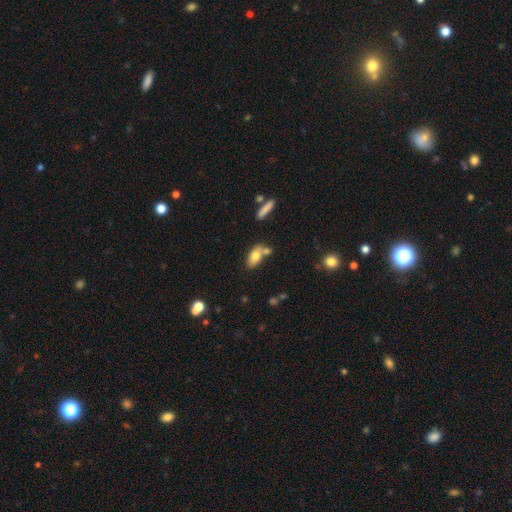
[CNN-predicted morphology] A smooth galaxy with no disk features (75%) that is in between round and cigar-shaped (86%).

Vote fractions:
- Smooth or featured? smooth: 75% / featured or disk: 17% / star or artifact: 8%
- How rounded? in between: 86% / cigar-shaped: 9% / round: 4%
- Merging? none: 52% / merger: 28% / minor disturbance: 15% / major disturbance: 5%